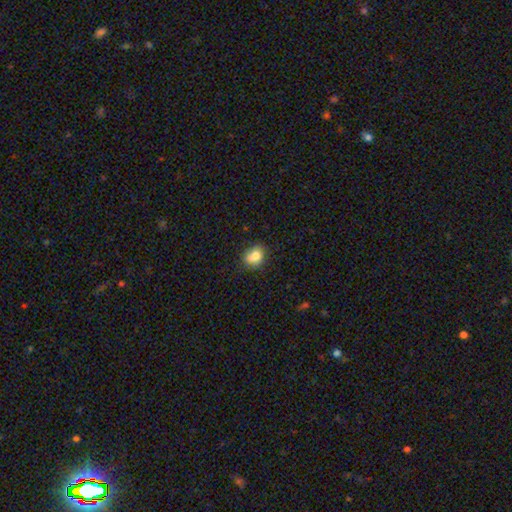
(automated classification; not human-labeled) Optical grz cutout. It shows a smooth galaxy with no disk features (80%) that is round (52%). Merging: none (63%).